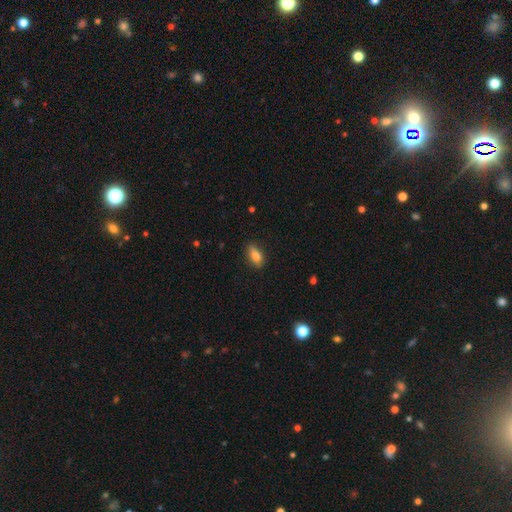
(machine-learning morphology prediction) type=smooth (82%); roundness=in between (85%); merging=none (82%).